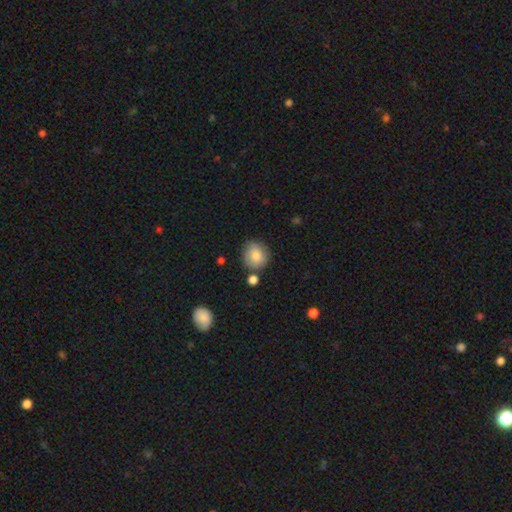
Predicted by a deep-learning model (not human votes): Q: Smooth or featured?
A: smooth (82%); runner-up: featured or disk (10%)
Q: How rounded?
A: round (85%); runner-up: in between (14%)
Q: Merging?
A: none (74%); runner-up: minor disturbance (15%)